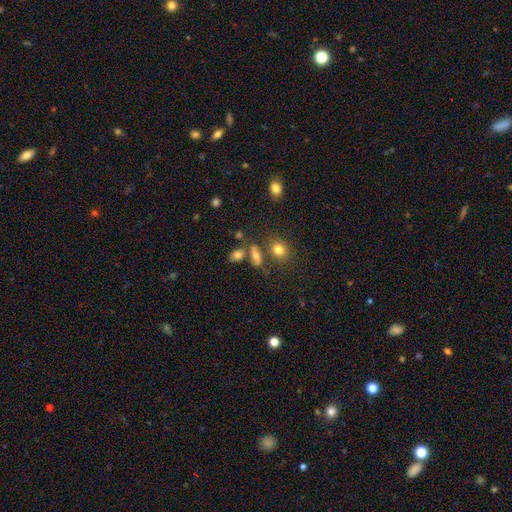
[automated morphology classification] Smooth or featured? Predicted: smooth (p=0.72). How rounded? Predicted: in between (p=0.73). Merging? Predicted: none (p=0.59).